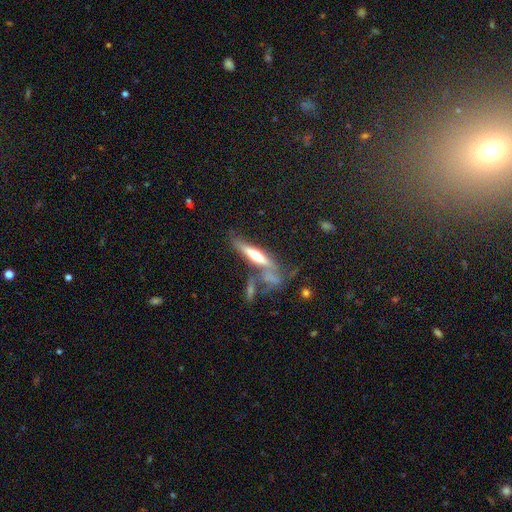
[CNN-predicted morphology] Q: Smooth or featured?
A: featured or disk (54%); runner-up: smooth (39%)
Q: Edge-on disk?
A: yes (89%); runner-up: no (11%)
Q: Merging?
A: none (48%); runner-up: merger (24%)